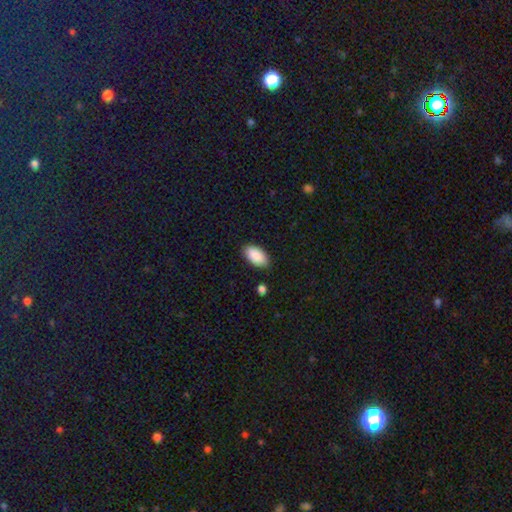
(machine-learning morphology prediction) This is clearly a smooth galaxy (90%). How rounded: clearly in between (95%). Merging: clearly none (86%).